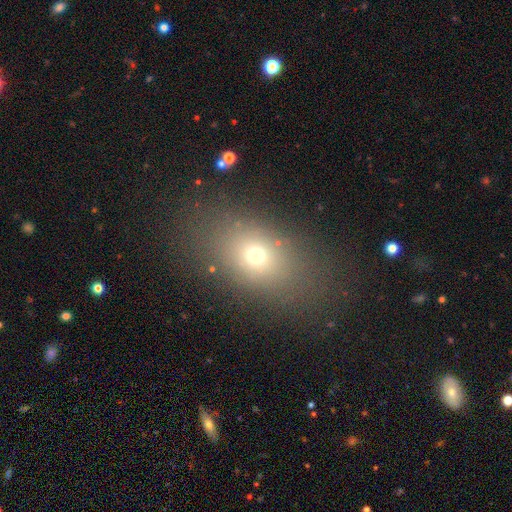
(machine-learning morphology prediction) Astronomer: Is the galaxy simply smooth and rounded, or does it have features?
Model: smooth — 67%.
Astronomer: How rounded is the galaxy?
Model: in between — 72%.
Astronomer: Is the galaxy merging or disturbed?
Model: none — 78%.